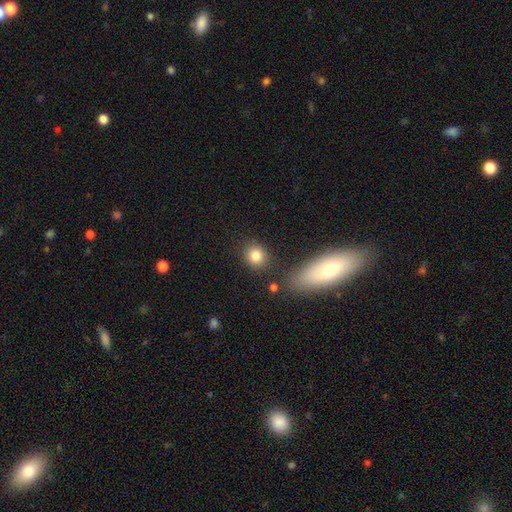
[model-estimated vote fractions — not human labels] Overall: smooth (83%). How rounded: round (78%). Merging: none (81%).